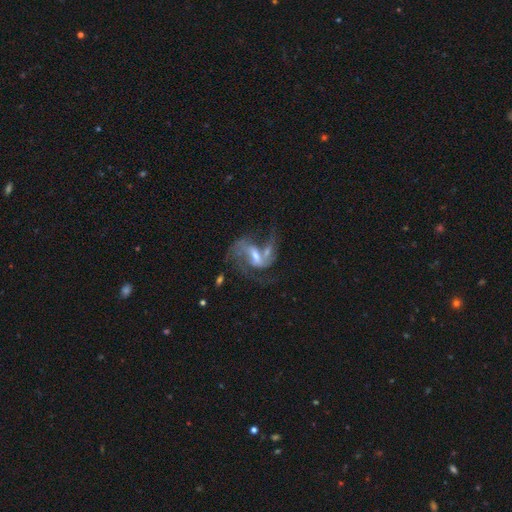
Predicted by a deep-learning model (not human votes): smooth_or_featured: featured or disk (p=0.84) [alt: smooth p=0.09]
disk_edge_on: no (p=0.97) [alt: yes p=0.03]
bar: weak (p=0.47) [alt: strong p=0.31]
has_spiral_arms: yes (p=0.92) [alt: no p=0.08]
spiral_winding: loose (p=0.48) [alt: medium p=0.41]
spiral_arm_count: 2 (p=0.73) [alt: can't tell p=0.09]
bulge_size: moderate (p=0.51) [alt: small p=0.38]
merging: none (p=0.33) [alt: merger p=0.32]